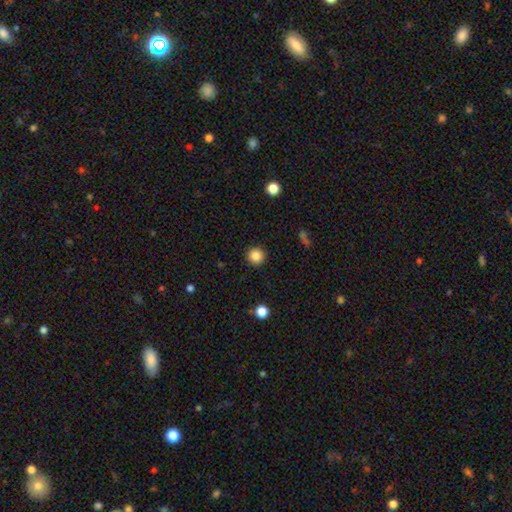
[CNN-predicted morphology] Smooth or featured? Predicted: smooth (p=0.84). How rounded? Predicted: round (p=0.95). Merging? Predicted: none (p=0.92).